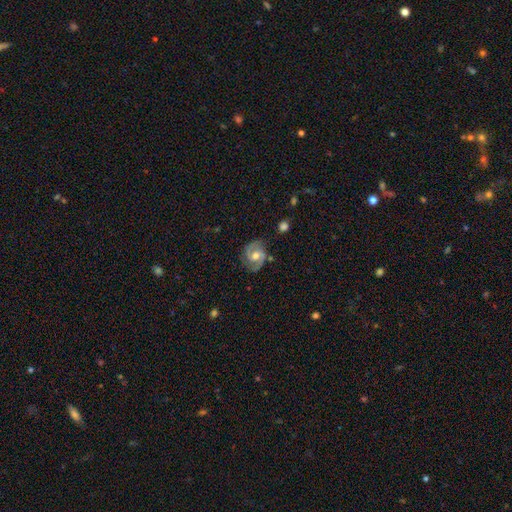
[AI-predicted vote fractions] The model was most divided on "bar": no: 47%, weak: 42%, strong: 11%. More confident: edge-on disk — no (98%); spiral arms — yes (95%); spiral arm count — 2 (91%); smooth or featured — featured or disk (83%); merging — none (77%); bulge size — moderate (75%); spiral winding — medium (53%).